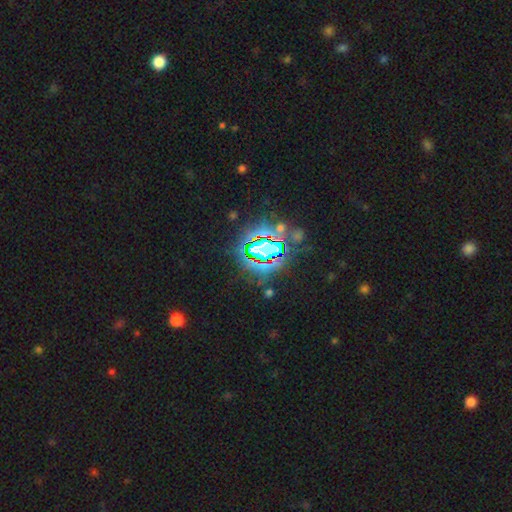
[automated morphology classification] A star or artifact, not a galaxy (82%).